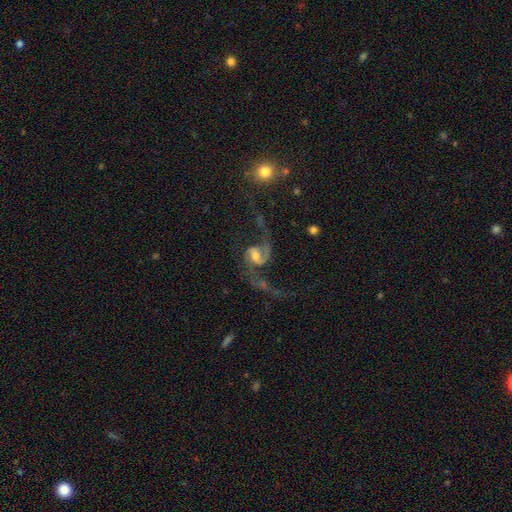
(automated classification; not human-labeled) This appears to be a featured or disk galaxy (85%) with a weak bar (44%), 2 (88%) loose (66%) spiral arms (95%) and a moderate central bulge (58%). Merging: none (43%).